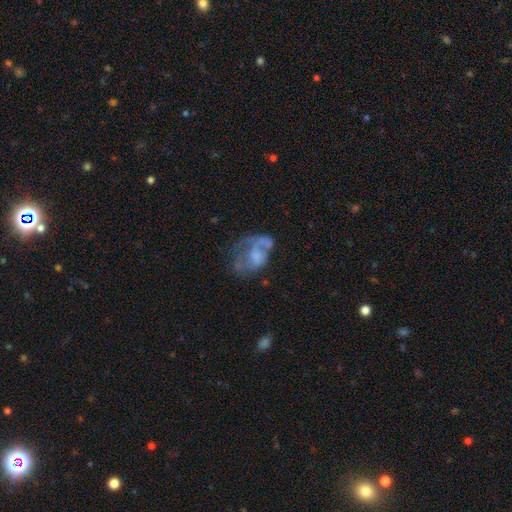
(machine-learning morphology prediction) A featured or disk galaxy (52%) with no bar (80%), no spiral arms (74%) and no central bulge (49%).

Vote fractions:
- Smooth or featured? featured or disk: 52% / smooth: 38% / star or artifact: 10%
- Edge-on disk? no: 98% / yes: 2%
- Bar? no: 80% / weak: 17% / strong: 3%
- Spiral arms? no: 74% / yes: 26%
- Bulge size? none: 49% / moderate: 23% / small: 19% / large: 7% / dominant: 2%
- Merging? major disturbance: 39% / none: 27% / minor disturbance: 20% / merger: 14%